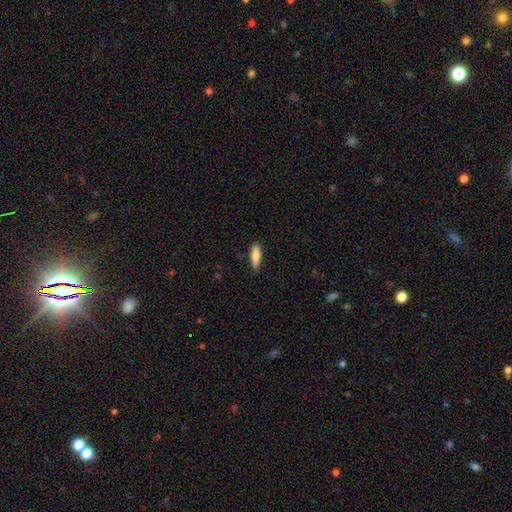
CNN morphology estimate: Q: Smooth or featured?
A: smooth (84%); runner-up: featured or disk (10%)
Q: How rounded?
A: in between (50%); runner-up: cigar-shaped (49%)
Q: Merging?
A: none (87%); runner-up: minor disturbance (10%)